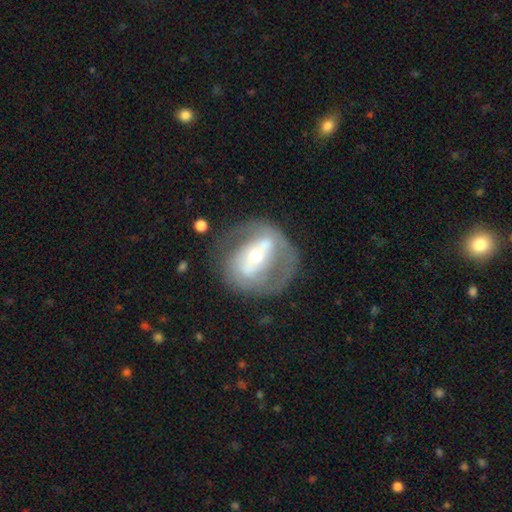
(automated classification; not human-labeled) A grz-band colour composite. It shows a featured or disk galaxy (69%) with a strong bar (41%), no spiral arms (57%) and a moderate central bulge (57%). Merging: none (56%).